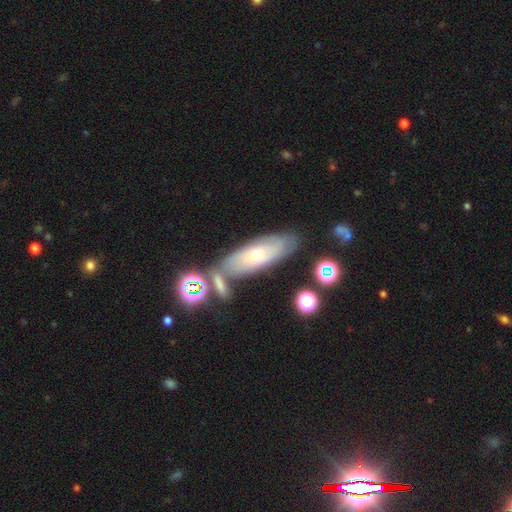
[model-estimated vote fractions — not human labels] This appears to be a featured or disk galaxy (51%). Merging: none (69%).